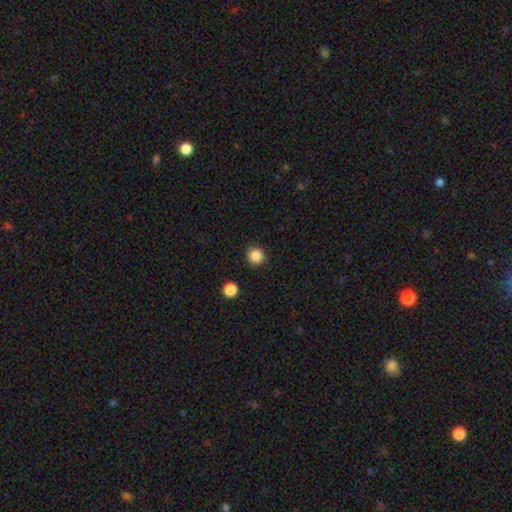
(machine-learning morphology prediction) Q: Smooth or featured?
A: smooth (86%); runner-up: star or artifact (11%)
Q: How rounded?
A: round (94%); runner-up: in between (5%)
Q: Merging?
A: none (91%); runner-up: minor disturbance (5%)